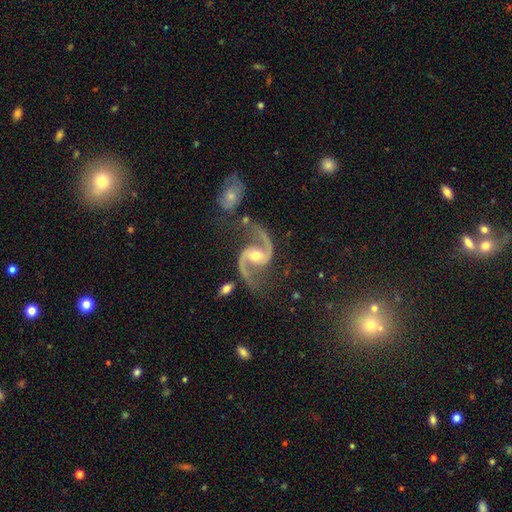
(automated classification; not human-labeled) The model was most divided on "bar": weak: 40%, no: 36%, strong: 24%. Remaining: spiral arms — yes (98%); edge-on disk — no (98%); spiral arm count — 2 (95%); smooth or featured — featured or disk (94%); bulge size — moderate (71%); merging — none (68%); spiral winding — medium (49%).